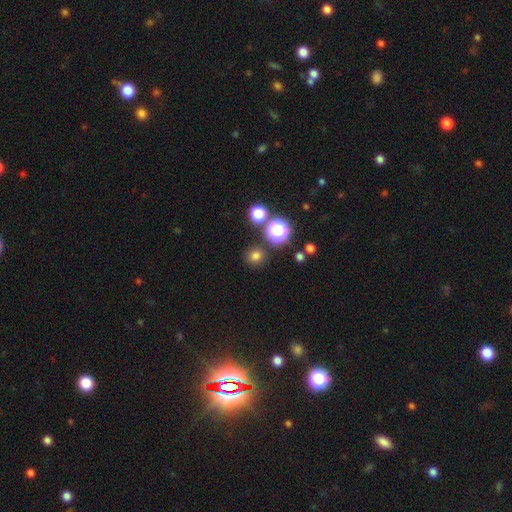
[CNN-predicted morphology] A smooth galaxy with no disk features (74%) that is round (90%).

Vote fractions:
- Smooth or featured? smooth: 74% / star or artifact: 21% / featured or disk: 5%
- How rounded? round: 90% / in between: 9% / cigar-shaped: 1%
- Merging? none: 86% / minor disturbance: 7% / merger: 4% / major disturbance: 3%